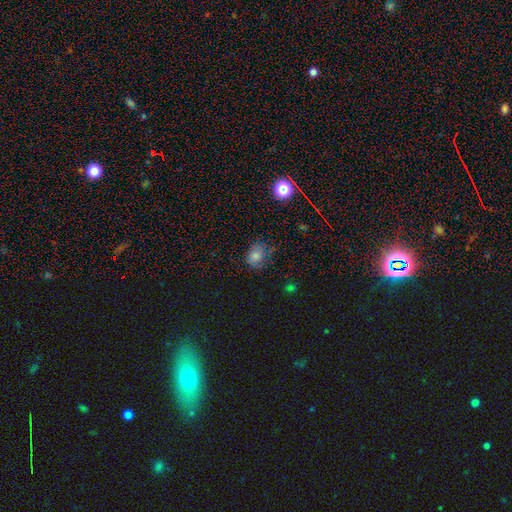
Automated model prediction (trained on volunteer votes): Smooth or featured? Predicted: smooth (p=0.64). How rounded? Predicted: in between (p=0.51). Merging? Predicted: none (p=0.59).